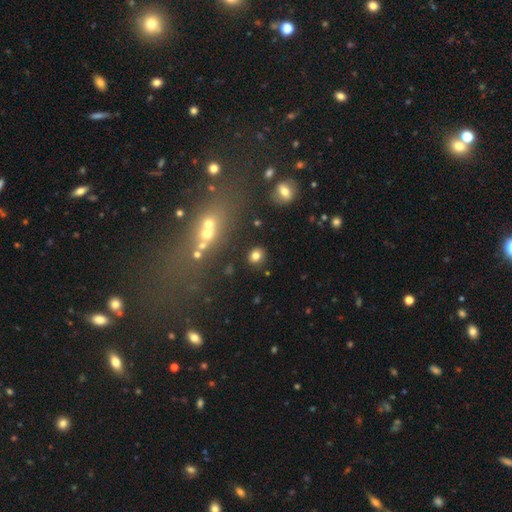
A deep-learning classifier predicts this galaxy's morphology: The model was most divided on "how rounded": round: 64%, in between: 35%, cigar-shaped: 1%. More confident: merging — none (82%); smooth or featured — smooth (77%).